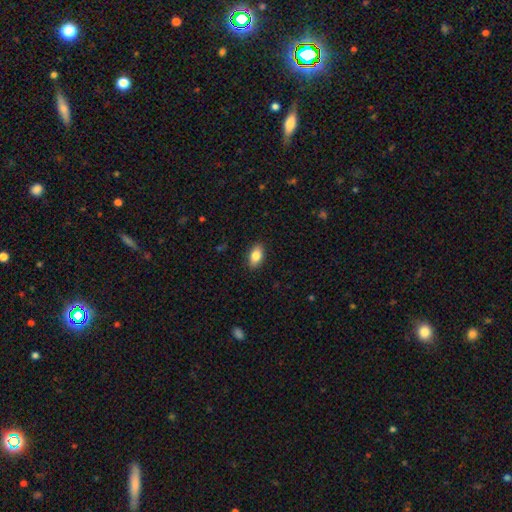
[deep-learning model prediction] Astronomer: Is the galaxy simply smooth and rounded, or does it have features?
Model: smooth — 84%.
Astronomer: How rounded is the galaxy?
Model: in between — 91%.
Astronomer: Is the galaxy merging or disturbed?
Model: none — 89%.